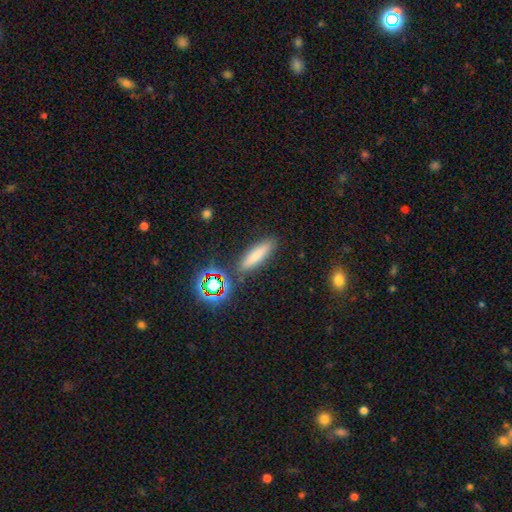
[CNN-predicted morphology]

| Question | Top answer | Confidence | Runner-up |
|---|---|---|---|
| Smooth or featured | smooth | 73% | star or artifact (15%) |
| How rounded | cigar-shaped | 71% | in between (25%) |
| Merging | none | 83% | minor disturbance (10%) |